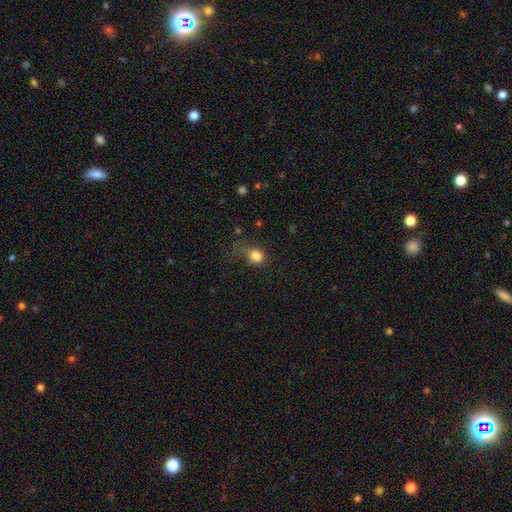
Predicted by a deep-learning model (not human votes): A smooth galaxy with no disk features (82%) that is round (56%).

Vote fractions:
- Smooth or featured? smooth: 82% / star or artifact: 11% / featured or disk: 7%
- How rounded? round: 56% / in between: 43% / cigar-shaped: 1%
- Merging? none: 45% / minor disturbance: 29% / major disturbance: 22% / merger: 4%